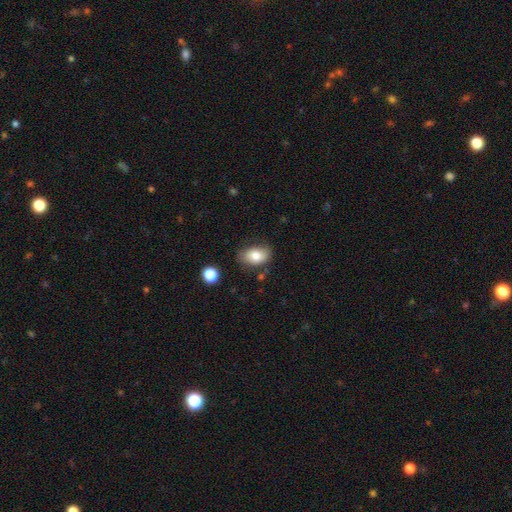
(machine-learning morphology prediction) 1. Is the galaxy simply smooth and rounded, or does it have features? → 78% smooth, 14% featured or disk, 8% star or artifact.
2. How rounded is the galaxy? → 85% in between, 14% round, 1% cigar-shaped.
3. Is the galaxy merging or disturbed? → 68% none, 23% minor disturbance, 6% major disturbance, 3% merger.